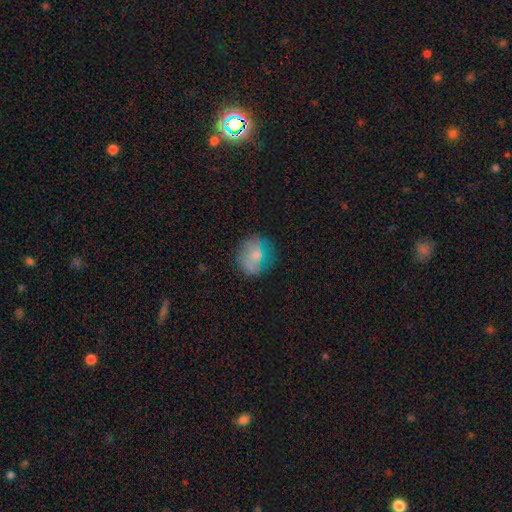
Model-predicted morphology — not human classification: Q: Smooth or featured?
A: smooth (63%); runner-up: featured or disk (26%)
Q: How rounded?
A: round (65%); runner-up: in between (33%)
Q: Merging?
A: none (61%); runner-up: minor disturbance (23%)